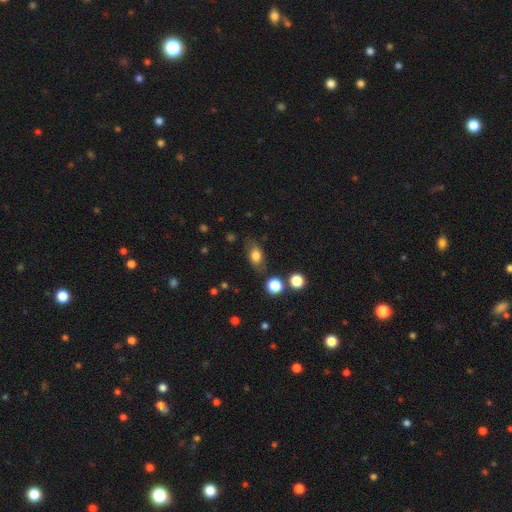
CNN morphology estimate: smooth_or_featured: smooth (p=0.75) [alt: featured or disk p=0.15]
how_rounded: in between (p=0.81) [alt: round p=0.15]
merging: none (p=0.71) [alt: minor disturbance p=0.19]